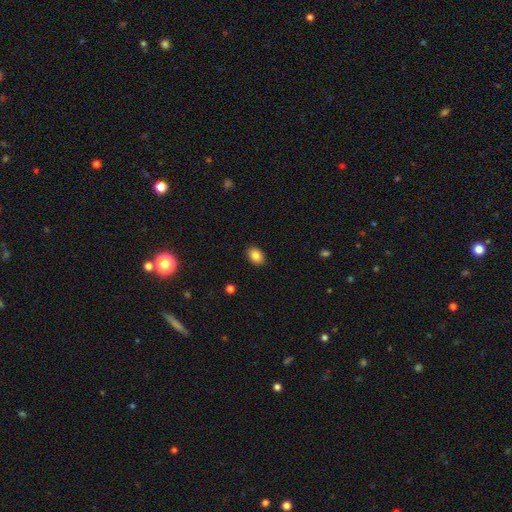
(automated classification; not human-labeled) The model was most divided on "how rounded": in between: 77%, round: 22%, cigar-shaped: 1%. More confident: merging — none (88%); smooth or featured — smooth (85%).